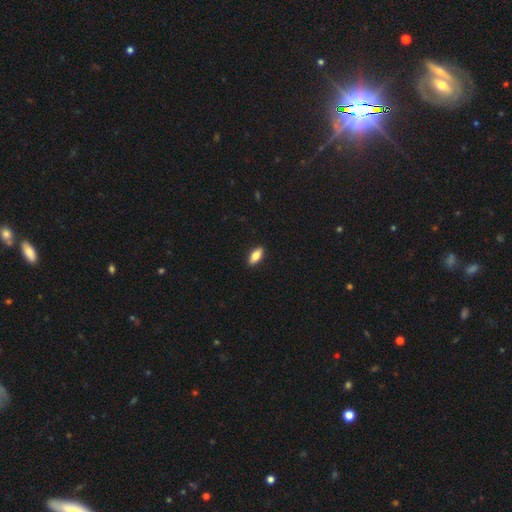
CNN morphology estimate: Smooth or featured? smooth (77%)
How rounded? in between (82%)
Merging? none (90%)